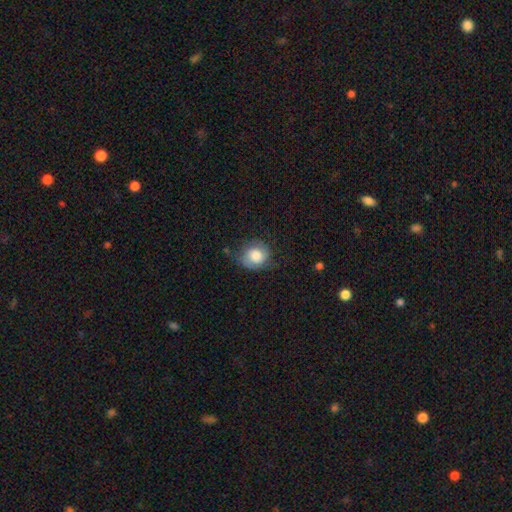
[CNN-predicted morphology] smooth 69%, featured or disk 24%, star or artifact 8%. Down the decision tree: how rounded — round (75%); merging — none (60%).